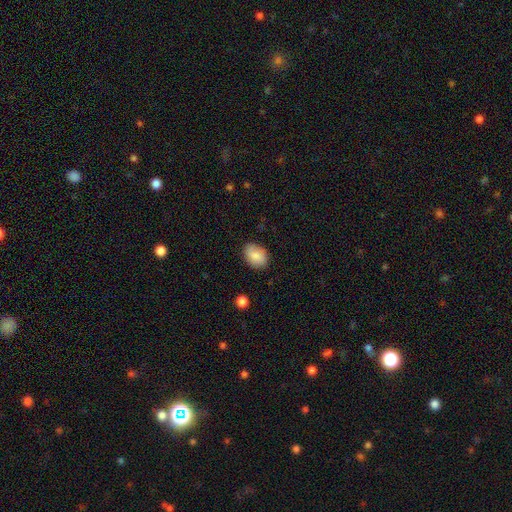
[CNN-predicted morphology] A smooth galaxy with no disk features (84%) that is in between round and cigar-shaped (79%).

Vote fractions:
- Smooth or featured? smooth: 84% / featured or disk: 9% / star or artifact: 7%
- How rounded? in between: 79% / round: 20% / cigar-shaped: 1%
- Merging? none: 82% / minor disturbance: 14% / major disturbance: 3% / merger: 1%